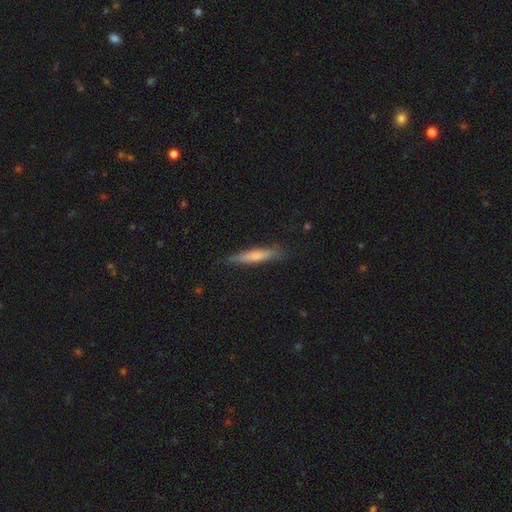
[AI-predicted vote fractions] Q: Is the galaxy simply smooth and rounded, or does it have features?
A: smooth — 69%.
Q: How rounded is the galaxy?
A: cigar-shaped — 89%.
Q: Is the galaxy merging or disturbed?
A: none — 84%.